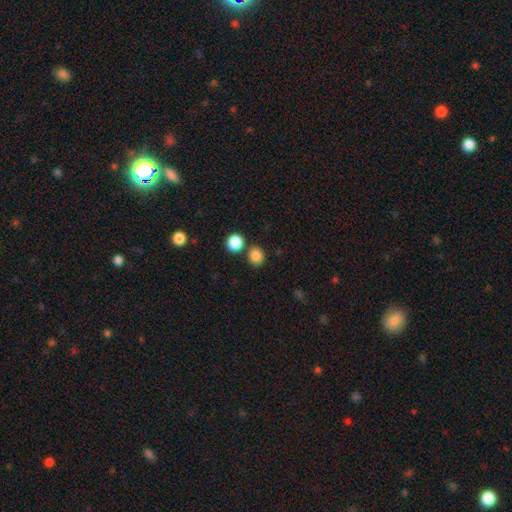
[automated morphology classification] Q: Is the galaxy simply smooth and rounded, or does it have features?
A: smooth — 84%.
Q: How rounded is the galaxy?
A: round — 80%.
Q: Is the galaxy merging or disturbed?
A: none — 77%.